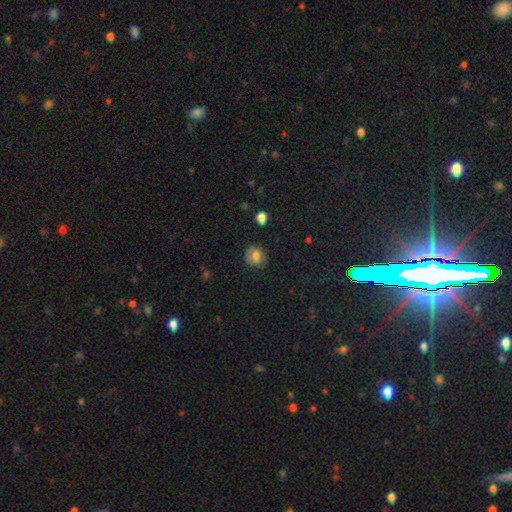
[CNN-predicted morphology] A smooth galaxy with no disk features (76%) that is round (86%).

Vote fractions:
- Smooth or featured? smooth: 76% / featured or disk: 13% / star or artifact: 11%
- How rounded? round: 86% / in between: 13% / cigar-shaped: 1%
- Merging? none: 82% / minor disturbance: 14% / major disturbance: 3% / merger: 1%